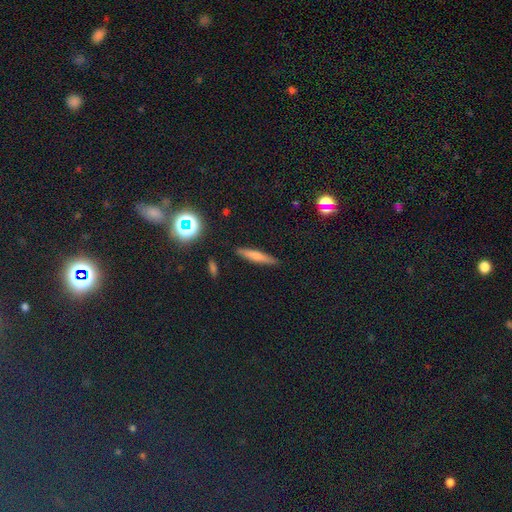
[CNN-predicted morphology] Q: Smooth or featured?
A: smooth (63%); runner-up: featured or disk (26%)
Q: How rounded?
A: cigar-shaped (89%); runner-up: in between (9%)
Q: Merging?
A: none (88%); runner-up: minor disturbance (8%)